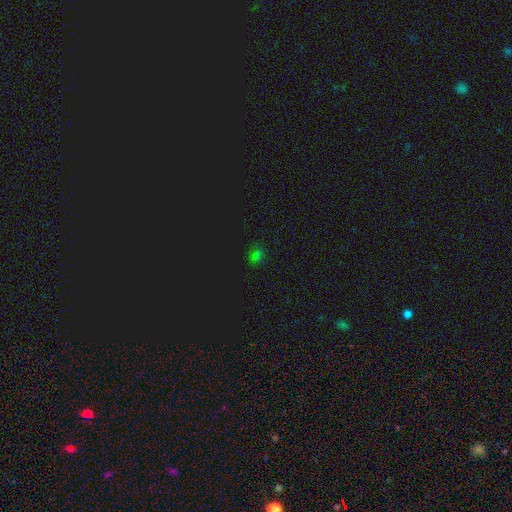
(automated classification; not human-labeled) This is possibly a star or artifact rather than a galaxy (51%).